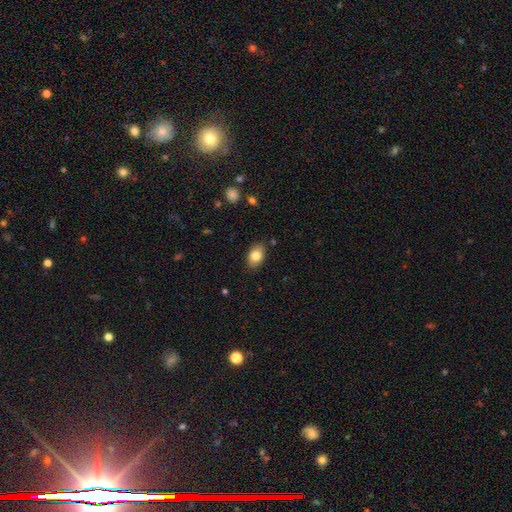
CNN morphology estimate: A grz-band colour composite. It shows a smooth galaxy with no disk features (83%) that is in between round and cigar-shaped (85%). Merging: none (84%).